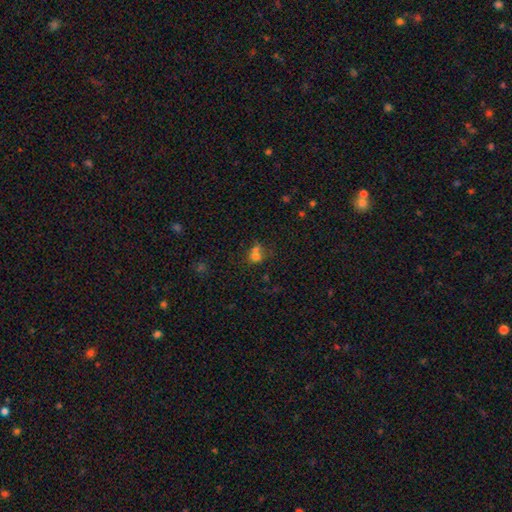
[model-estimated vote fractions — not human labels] smooth 67%, star or artifact 19%, featured or disk 15%. Down the decision tree: how rounded — round (76%); merging — merger (52%).